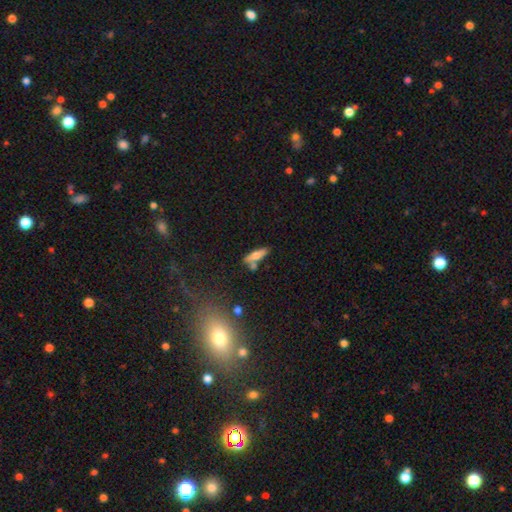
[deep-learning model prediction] A smooth galaxy with no disk features (66%) that is cigar-shaped (60%).

Vote fractions:
- Smooth or featured? smooth: 66% / featured or disk: 26% / star or artifact: 8%
- How rounded? cigar-shaped: 60% / in between: 38% / round: 3%
- Merging? none: 58% / merger: 20% / minor disturbance: 17% / major disturbance: 5%